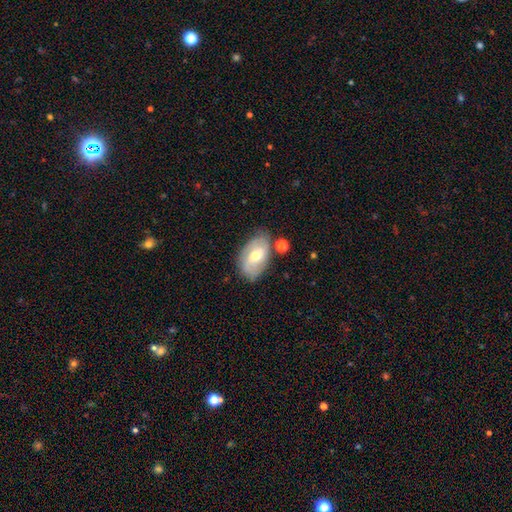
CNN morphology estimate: The model was most divided on "bar": weak: 44%, no: 40%, strong: 16%. More confident: edge-on disk — no (92%); spiral arms — yes (73%); merging — none (70%); bulge size — moderate (65%); smooth or featured — featured or disk (57%).